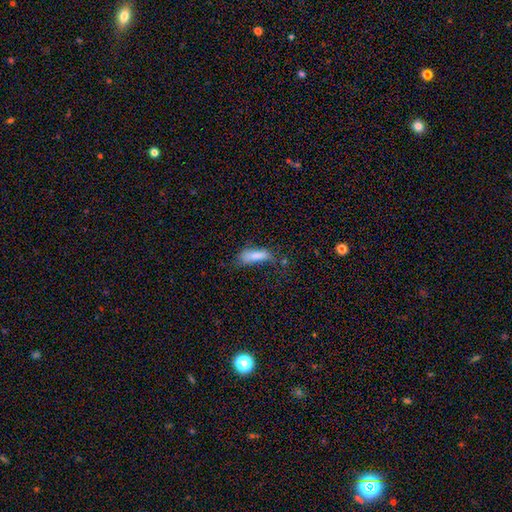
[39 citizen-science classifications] This is clearly a smooth galaxy (82%). How rounded: likely in between (66%). Merging: marginally minor disturbance (37%).